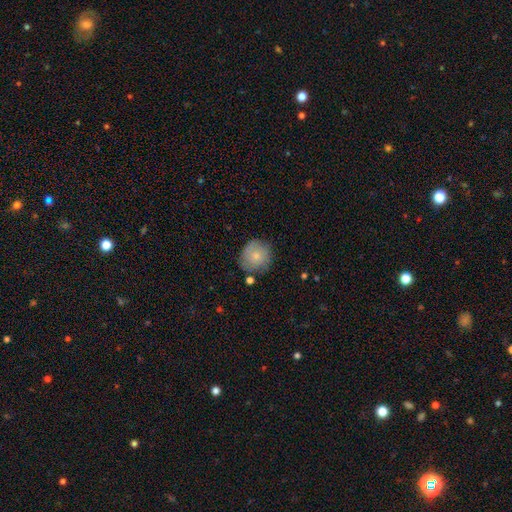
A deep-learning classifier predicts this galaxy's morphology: smooth-or-featured: smooth: 78% | featured or disk: 14% | star or artifact: 7%
  how-rounded: round: 90% | in between: 9% | cigar-shaped: 1%
  merging: none: 74% | minor disturbance: 18% | major disturbance: 4% | merger: 4%